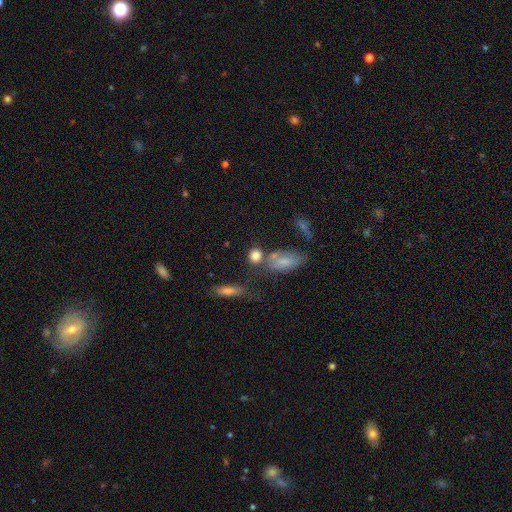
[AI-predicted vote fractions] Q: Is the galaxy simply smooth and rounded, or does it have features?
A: smooth — 80%.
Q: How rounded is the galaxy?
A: round — 62%.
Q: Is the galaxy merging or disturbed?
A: none — 55%.